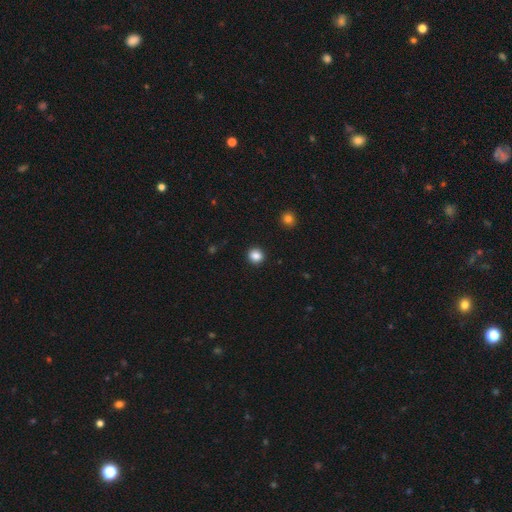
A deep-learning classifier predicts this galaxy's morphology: Overall: smooth (86%). How rounded: round (89%). Merging: none (93%).